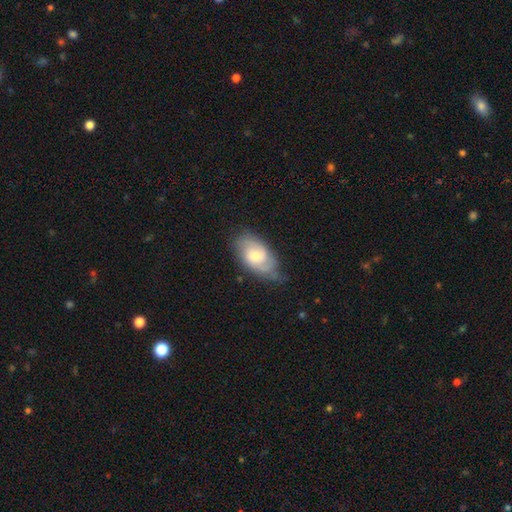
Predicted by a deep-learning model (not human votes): The model was most divided on "spiral winding" (2-way tie): medium: 42%, tight: 42%, loose: 16%. More confident: edge-on disk — no (94%); spiral arms — yes (88%); merging — none (63%); smooth or featured — featured or disk (62%); bar — no (61%); spiral arm count — 2 (60%); bulge size — moderate (57%).